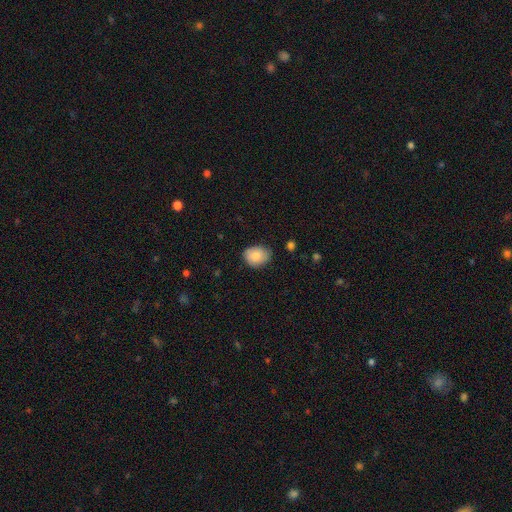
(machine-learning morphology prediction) Smooth or featured? smooth (84%)
How rounded? in between (58%)
Merging? none (73%)